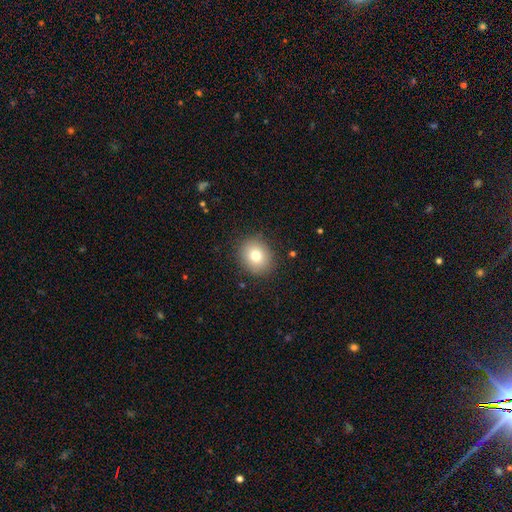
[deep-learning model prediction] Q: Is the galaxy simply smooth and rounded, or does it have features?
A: smooth — 77%.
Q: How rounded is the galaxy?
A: round — 72%.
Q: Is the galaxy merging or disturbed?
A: none — 89%.